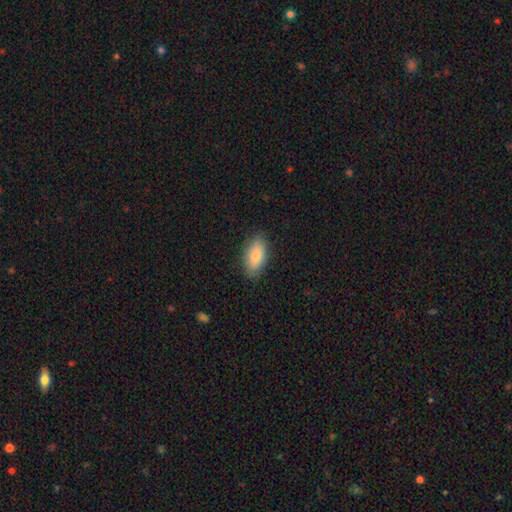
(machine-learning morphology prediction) A smooth galaxy with no disk features (80%) that is in between round and cigar-shaped (89%).

Vote fractions:
- Smooth or featured? smooth: 80% / featured or disk: 13% / star or artifact: 7%
- How rounded? in between: 89% / cigar-shaped: 7% / round: 4%
- Merging? none: 87% / minor disturbance: 10% / major disturbance: 2% / merger: 1%